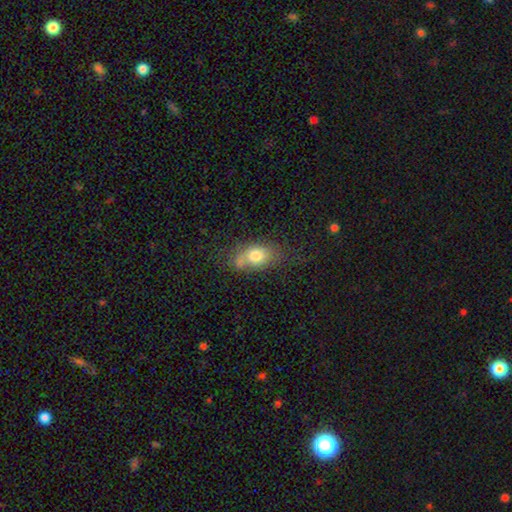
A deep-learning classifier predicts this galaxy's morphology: smooth_or_featured: smooth (p=0.75) [alt: featured or disk p=0.16]
how_rounded: in between (p=0.76) [alt: round p=0.21]
merging: none (p=0.45) [alt: minor disturbance p=0.25]